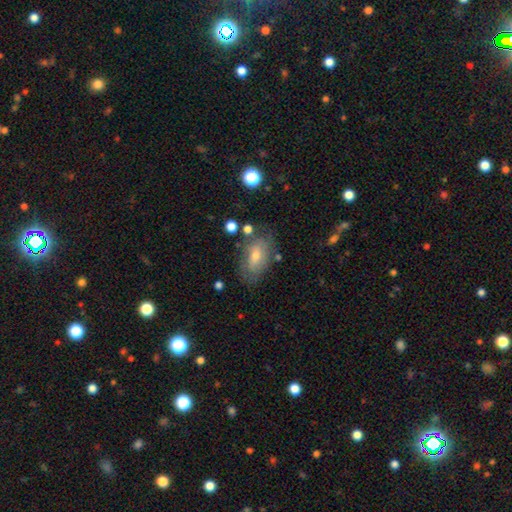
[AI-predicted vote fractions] Overall: smooth (51%; featured or disk 39%). How rounded: in between (89%). Merging: none (70%).